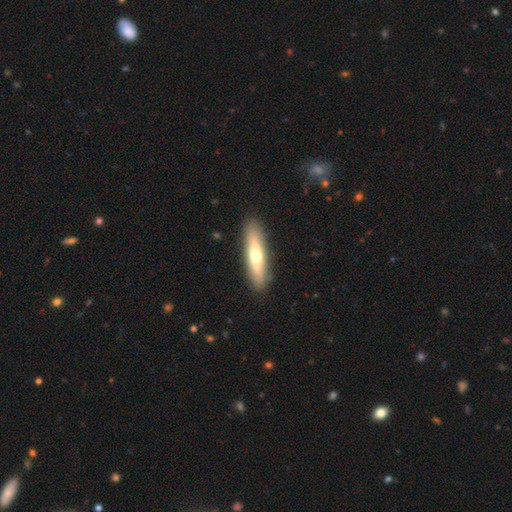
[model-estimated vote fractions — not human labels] smooth-or-featured: smooth: 54% | featured or disk: 40% | star or artifact: 6%
  how-rounded: cigar-shaped: 73% | in between: 25% | round: 2%
  merging: none: 89% | minor disturbance: 8% | major disturbance: 2% | merger: 1%